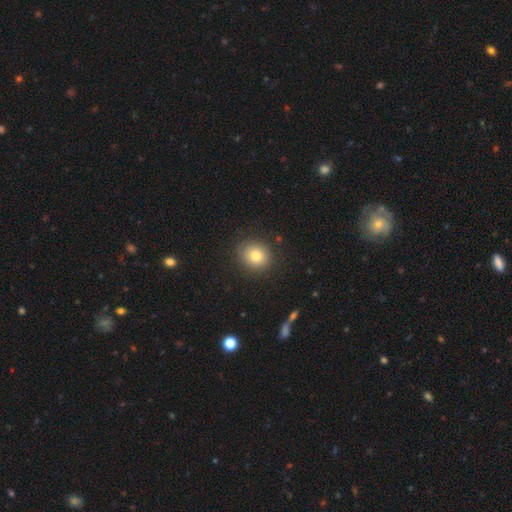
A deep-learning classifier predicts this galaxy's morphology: smooth-or-featured: smooth: 79% | star or artifact: 11% | featured or disk: 10%
  how-rounded: round: 78% | in between: 21% | cigar-shaped: 1%
  merging: none: 87% | minor disturbance: 9% | major disturbance: 3% | merger: 1%